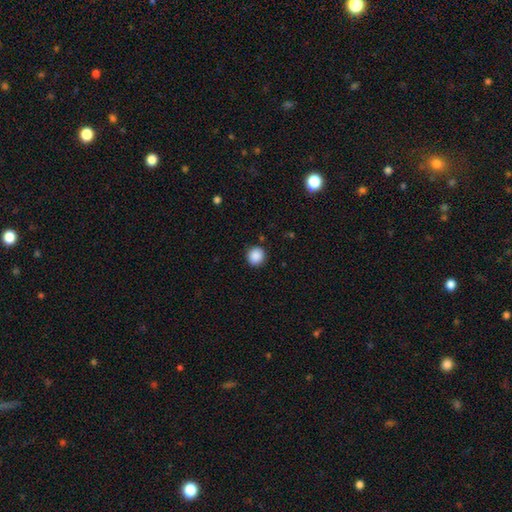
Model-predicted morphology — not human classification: The model was most divided on "smooth or featured": smooth: 88%, star or artifact: 9%, featured or disk: 3%. More confident: how rounded — round (94%); merging — none (91%).